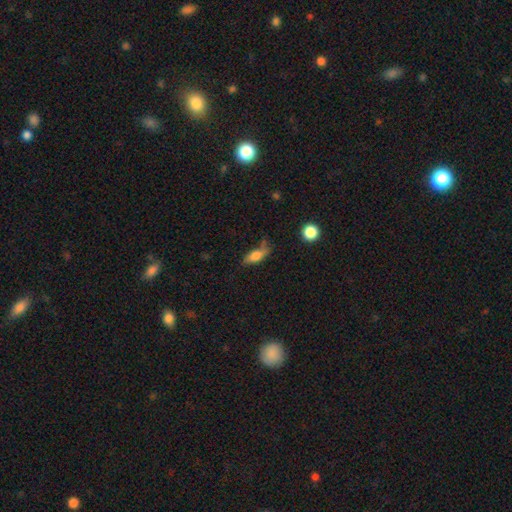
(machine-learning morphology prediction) Smooth or featured? smooth (70%)
How rounded? in between (68%)
Merging? none (52%)